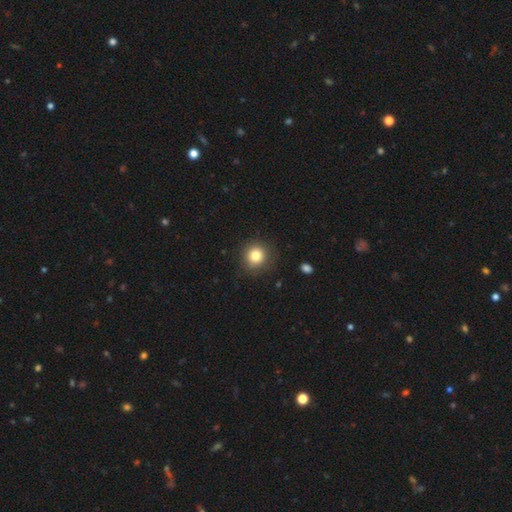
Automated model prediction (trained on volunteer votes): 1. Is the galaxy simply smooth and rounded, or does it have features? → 83% smooth, 11% star or artifact, 6% featured or disk.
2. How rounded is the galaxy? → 90% round, 9% in between, 1% cigar-shaped.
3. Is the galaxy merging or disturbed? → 87% none, 9% minor disturbance, 3% major disturbance, 1% merger.